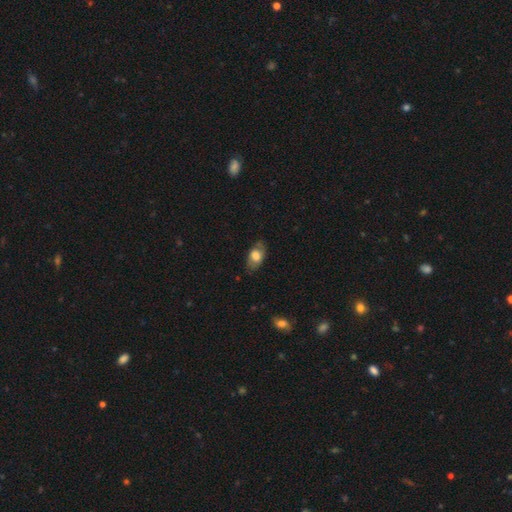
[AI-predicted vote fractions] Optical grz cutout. It shows a smooth galaxy with no disk features (66%) that is in between round and cigar-shaped (89%). Merging: none (72%).